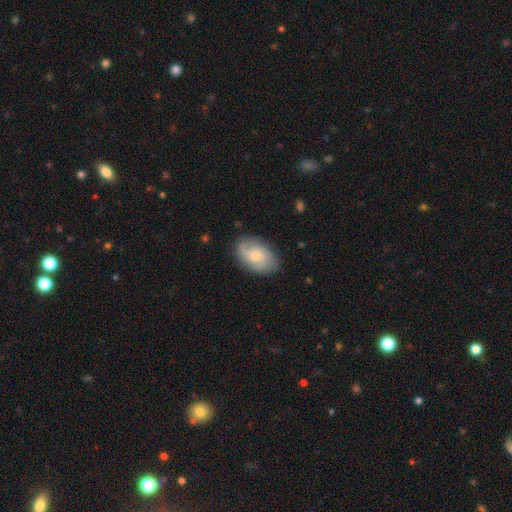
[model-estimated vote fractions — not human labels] Overall: featured or disk (59%; smooth 35%). Edge-on disk: no (96%). Bar: no (66%; weak 31%). Spiral arms: yes (91%). Spiral arm count: 2 (56%; can't tell 20%). Spiral winding: medium (44%; tight 32%). Bulge size: small (49%; moderate 40%). Merging: none (77%).